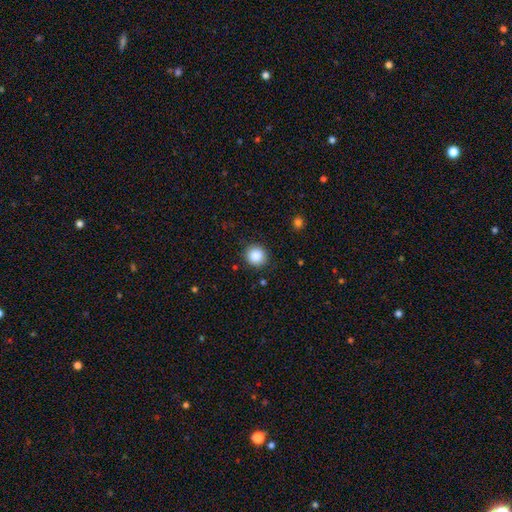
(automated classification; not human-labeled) Q: Smooth or featured?
A: smooth (87%); runner-up: star or artifact (9%)
Q: How rounded?
A: round (92%); runner-up: in between (7%)
Q: Merging?
A: none (89%); runner-up: minor disturbance (7%)